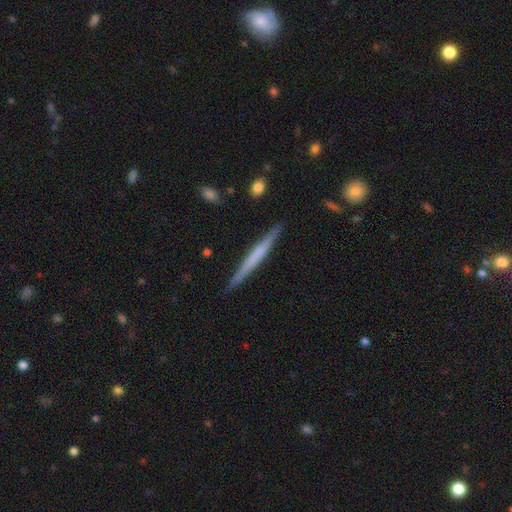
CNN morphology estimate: Smooth or featured? Predicted: featured or disk (p=0.53). Edge-on disk? Predicted: yes (p=0.97). Edge-on bulge? Predicted: none (p=0.76). Merging? Predicted: none (p=0.89).